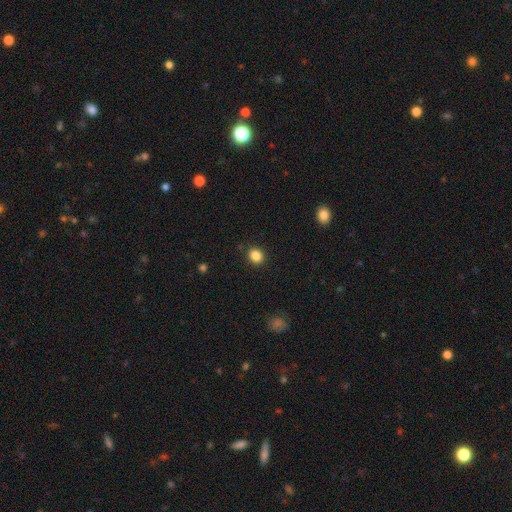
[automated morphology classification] type=smooth (86%); roundness=round (72%); merging=none (90%).